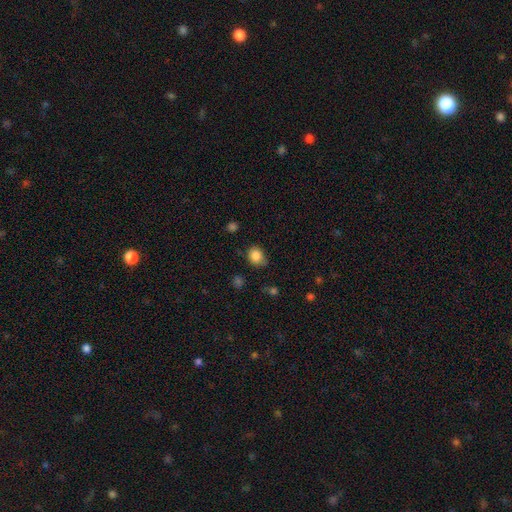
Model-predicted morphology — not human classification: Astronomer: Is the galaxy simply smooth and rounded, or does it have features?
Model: smooth — 84%.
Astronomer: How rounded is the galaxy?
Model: round — 61% (runner-up: in between, 38%).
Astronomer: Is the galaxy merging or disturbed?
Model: none — 67%.